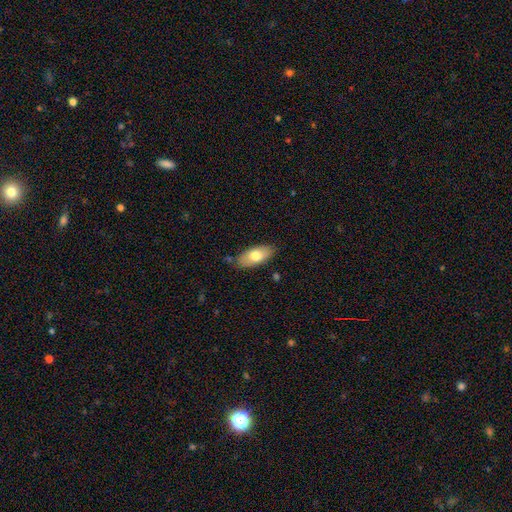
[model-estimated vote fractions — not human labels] smooth 74%, featured or disk 20%, star or artifact 6%. Down the decision tree: how rounded — in between (90%); merging — none (81%).